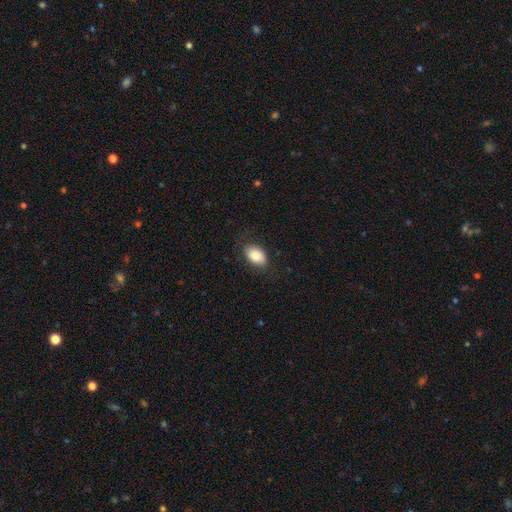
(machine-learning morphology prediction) smooth_or_featured: smooth (p=0.82) [alt: featured or disk p=0.10]
how_rounded: in between (p=0.86) [alt: round p=0.13]
merging: none (p=0.80) [alt: minor disturbance p=0.14]